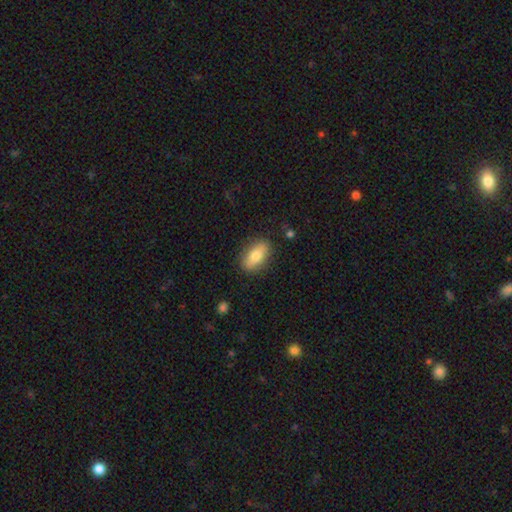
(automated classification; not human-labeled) Overall: smooth (76%). How rounded: in between (86%). Merging: none (85%).